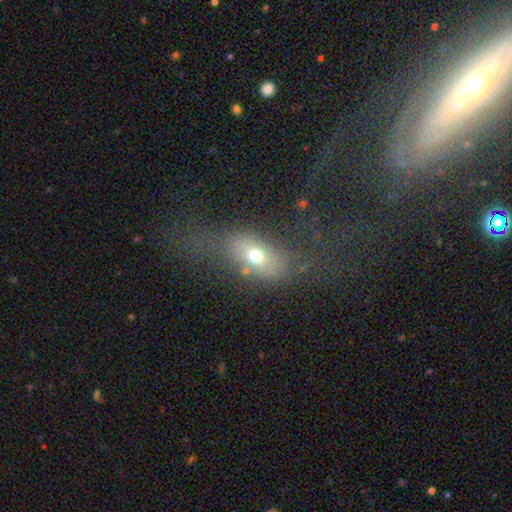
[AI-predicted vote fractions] smooth-or-featured: smooth: 64% | featured or disk: 22% | star or artifact: 14%
  how-rounded: in between: 73% | round: 20% | cigar-shaped: 7%
  merging: none: 43% | major disturbance: 30% | minor disturbance: 19% | merger: 8%